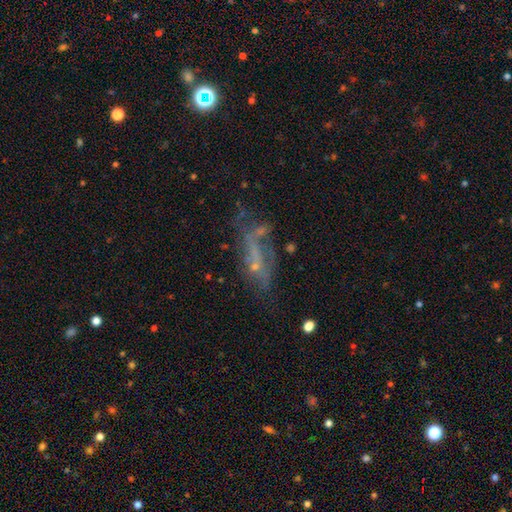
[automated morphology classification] This is possibly a featured or disk galaxy (52%). It is likely not viewed edge-on (79%). Merging: marginally none (41%).